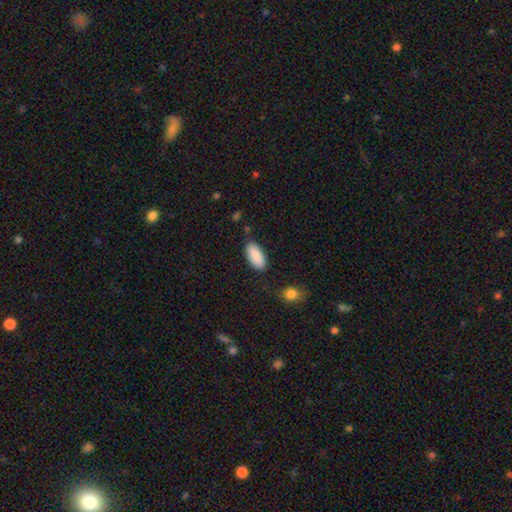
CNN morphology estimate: Smooth or featured: smooth — 90% (star or artifact — 6%)
How rounded: in between — 89% (cigar-shaped — 9%)
Merging: none — 82% (minor disturbance — 12%)